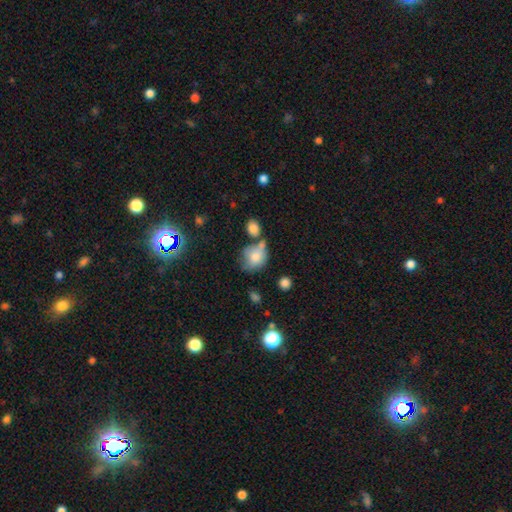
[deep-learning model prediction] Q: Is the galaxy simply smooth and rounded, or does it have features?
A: smooth — 75%.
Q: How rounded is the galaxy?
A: round — 60%.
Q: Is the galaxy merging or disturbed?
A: none — 40%.